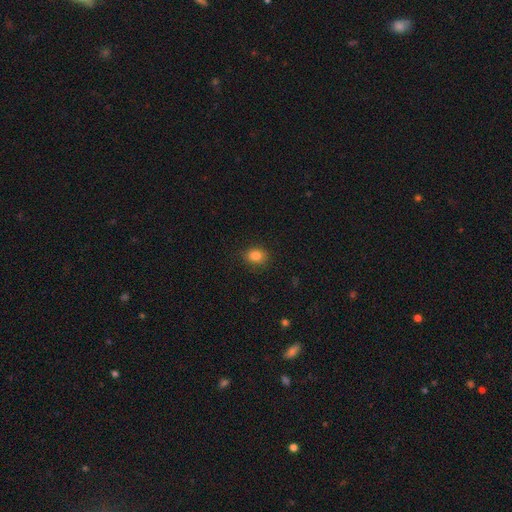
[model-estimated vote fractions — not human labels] Smooth or featured? Predicted: smooth (p=0.84). How rounded? Predicted: round (p=0.55). Merging? Predicted: none (p=0.84).